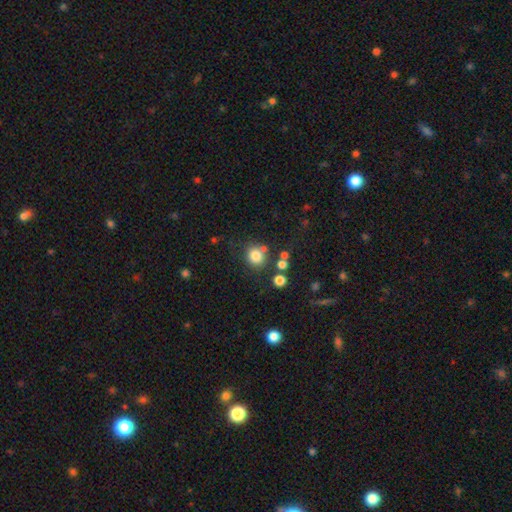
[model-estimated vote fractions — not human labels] Smooth or featured?
  - smooth: 81% *
  - star or artifact: 12%
  - featured or disk: 7%
How rounded?
  - round: 82% *
  - in between: 17%
  - cigar-shaped: 1%
Merging?
  - none: 71% *
  - minor disturbance: 12%
  - merger: 12%
  - major disturbance: 5%